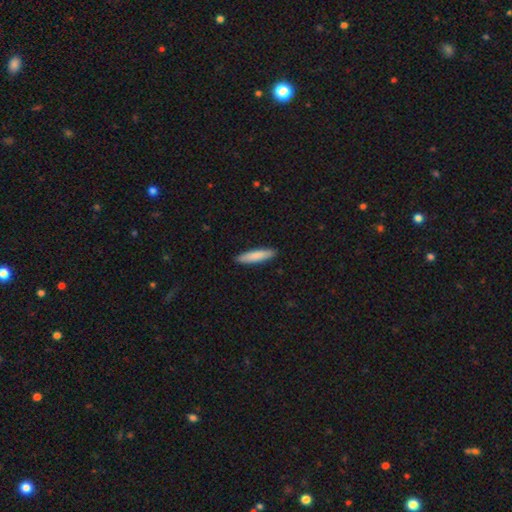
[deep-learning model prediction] Smooth or featured? smooth (85%)
How rounded? cigar-shaped (83%)
Merging? none (91%)